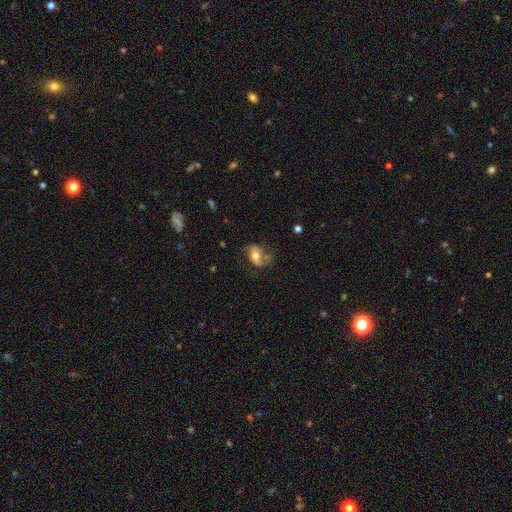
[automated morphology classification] smooth_or_featured: featured or disk (p=0.59) [alt: smooth p=0.33]
disk_edge_on: no (p=0.95) [alt: yes p=0.05]
bar: no (p=0.50) [alt: weak p=0.32]
has_spiral_arms: yes (p=0.78) [alt: no p=0.22]
bulge_size: moderate (p=0.69) [alt: small p=0.16]
merging: none (p=0.54) [alt: minor disturbance p=0.24]